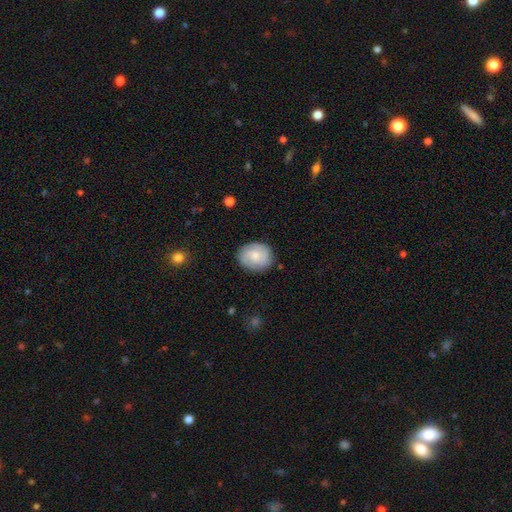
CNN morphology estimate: A featured or disk galaxy (52%) with no bar (68%), spiral arms (89%) and a small central bulge (58%). Merging: none (83%).